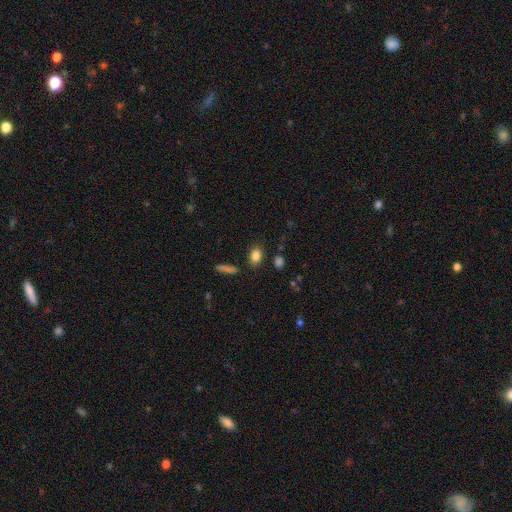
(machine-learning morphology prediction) smooth_or_featured: smooth (p=0.84) [alt: star or artifact p=0.09]
how_rounded: in between (p=0.77) [alt: round p=0.20]
merging: none (p=0.84) [alt: minor disturbance p=0.09]